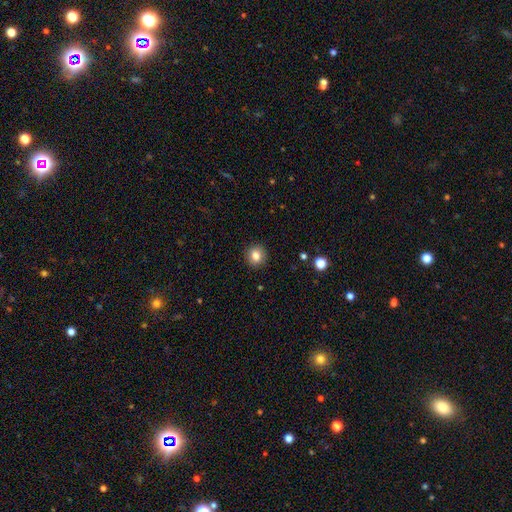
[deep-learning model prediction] A smooth galaxy with no disk features (82%) that is round (88%).

Vote fractions:
- Smooth or featured? smooth: 82% / star or artifact: 10% / featured or disk: 7%
- How rounded? round: 88% / in between: 12% / cigar-shaped: 1%
- Merging? none: 91% / minor disturbance: 6% / major disturbance: 2% / merger: 1%